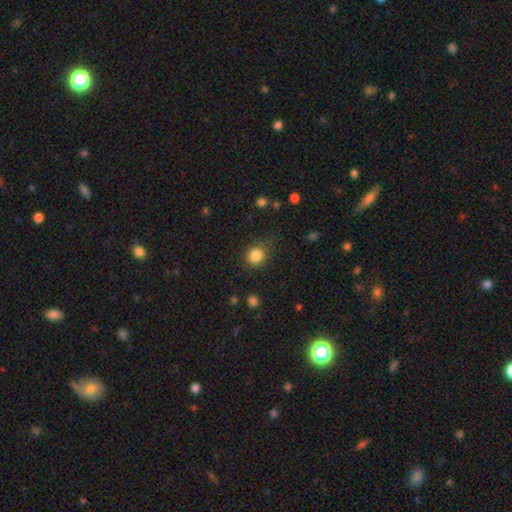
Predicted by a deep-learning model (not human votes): A smooth galaxy with no disk features (85%) that is round (84%). Merging: none (79%).